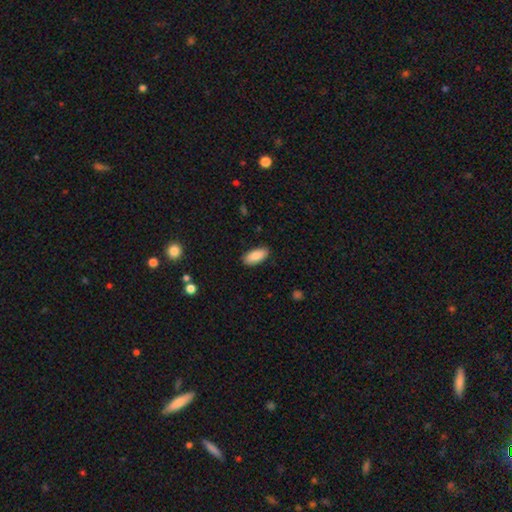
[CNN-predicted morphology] Smooth or featured?
  - smooth: 87% *
  - featured or disk: 7%
  - star or artifact: 6%
How rounded?
  - in between: 89% *
  - cigar-shaped: 9%
  - round: 2%
Merging?
  - none: 88% *
  - minor disturbance: 9%
  - major disturbance: 2%
  - merger: 1%